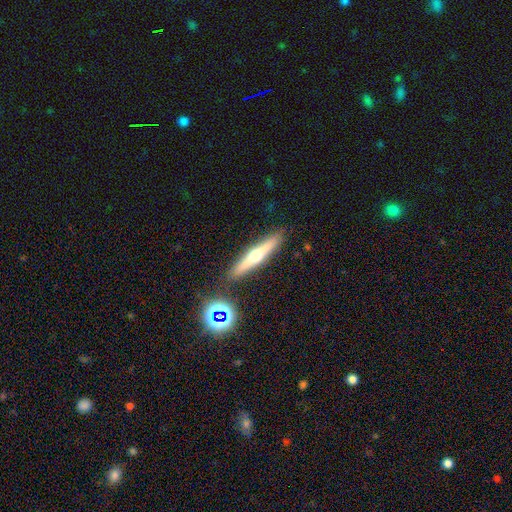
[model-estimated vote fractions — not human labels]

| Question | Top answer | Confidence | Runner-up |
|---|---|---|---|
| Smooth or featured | featured or disk | 59% | smooth (33%) |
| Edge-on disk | yes | 95% | no (5%) |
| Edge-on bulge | rounded | 92% | none (6%) |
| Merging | none | 88% | minor disturbance (7%) |